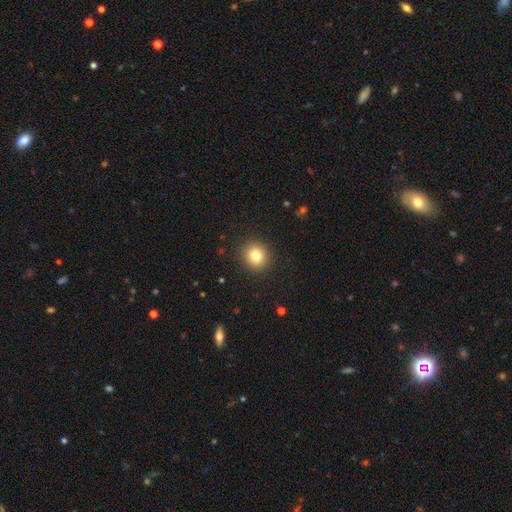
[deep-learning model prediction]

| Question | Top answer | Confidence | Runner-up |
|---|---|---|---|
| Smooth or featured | smooth | 80% | star or artifact (12%) |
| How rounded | round | 88% | in between (11%) |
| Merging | none | 91% | minor disturbance (6%) |